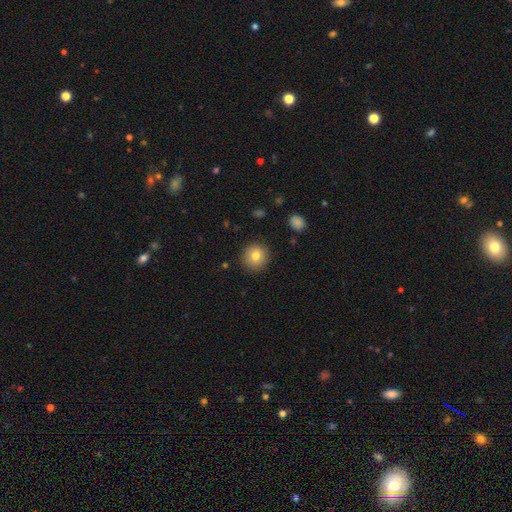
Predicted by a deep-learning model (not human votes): A smooth galaxy with no disk features (79%) that is round (93%).

Vote fractions:
- Smooth or featured? smooth: 79% / featured or disk: 11% / star or artifact: 10%
- How rounded? round: 93% / in between: 6% / cigar-shaped: 1%
- Merging? none: 90% / minor disturbance: 7% / major disturbance: 2% / merger: 1%